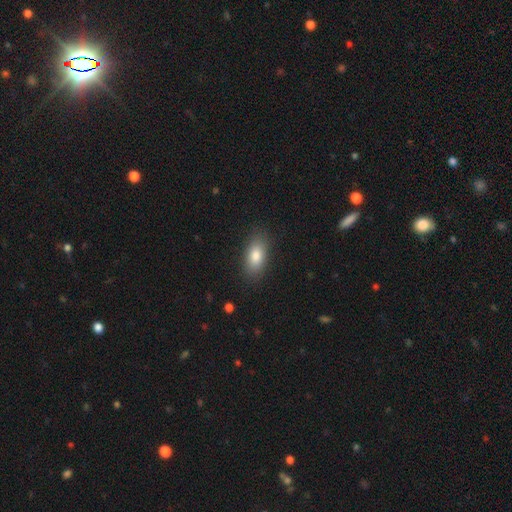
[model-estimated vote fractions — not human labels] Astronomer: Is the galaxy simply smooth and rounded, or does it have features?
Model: smooth — 82%.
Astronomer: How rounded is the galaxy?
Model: in between — 86%.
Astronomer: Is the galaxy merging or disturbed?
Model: none — 86%.